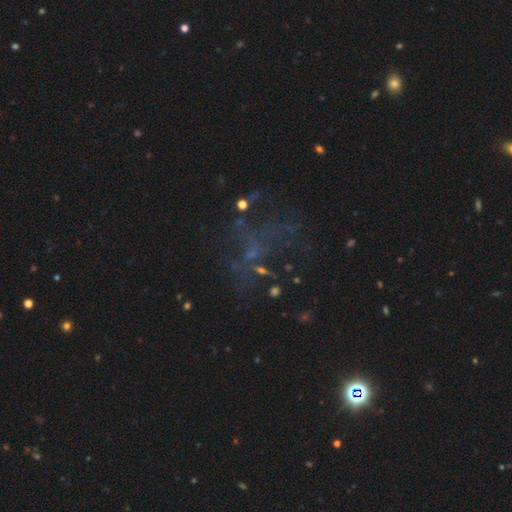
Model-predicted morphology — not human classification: star or artifact 50%, featured or disk 31%, smooth 19%.